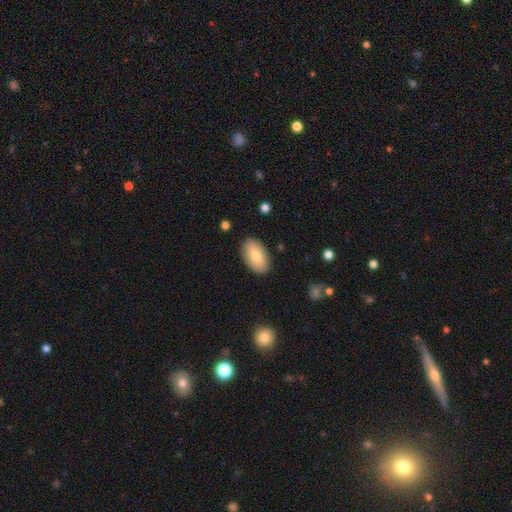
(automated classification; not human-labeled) smooth_or_featured: smooth (p=0.79) [alt: featured or disk p=0.15]
how_rounded: in between (p=0.95) [alt: round p=0.04]
merging: none (p=0.88) [alt: minor disturbance p=0.09]